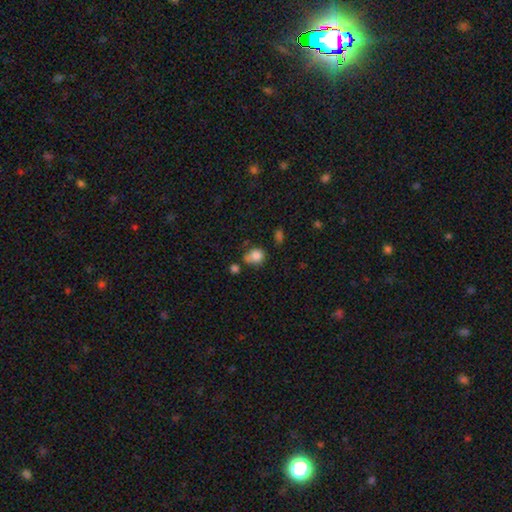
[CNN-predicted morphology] Smooth or featured: smooth — 82% (star or artifact — 11%)
How rounded: round — 60% (in between — 39%)
Merging: none — 43% (minor disturbance — 25%)